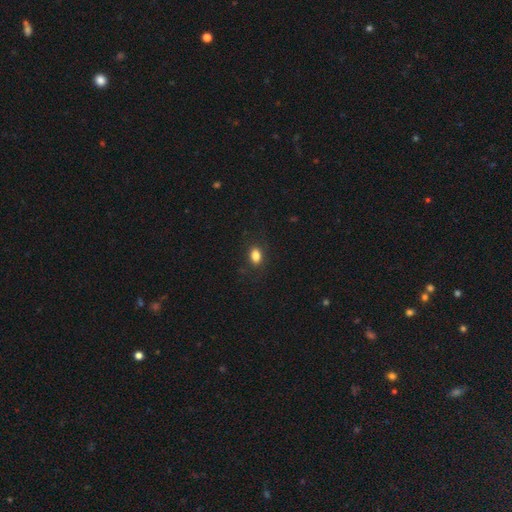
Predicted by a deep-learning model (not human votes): Q: Smooth or featured?
A: smooth (84%); runner-up: star or artifact (10%)
Q: How rounded?
A: in between (79%); runner-up: round (19%)
Q: Merging?
A: none (85%); runner-up: minor disturbance (11%)